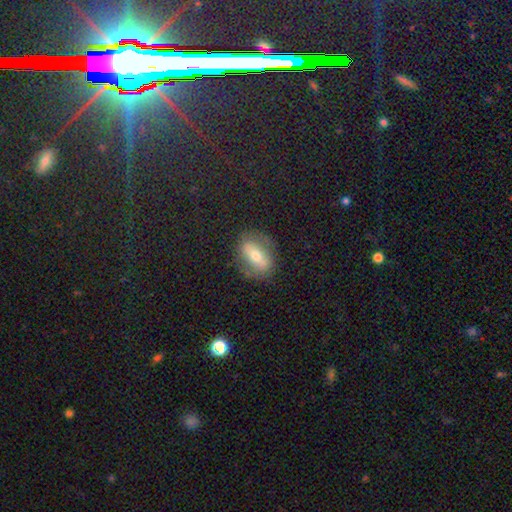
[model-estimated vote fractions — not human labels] smooth_or_featured: featured or disk (p=0.45) [alt: smooth p=0.43]
merging: none (p=0.79) [alt: minor disturbance p=0.14]